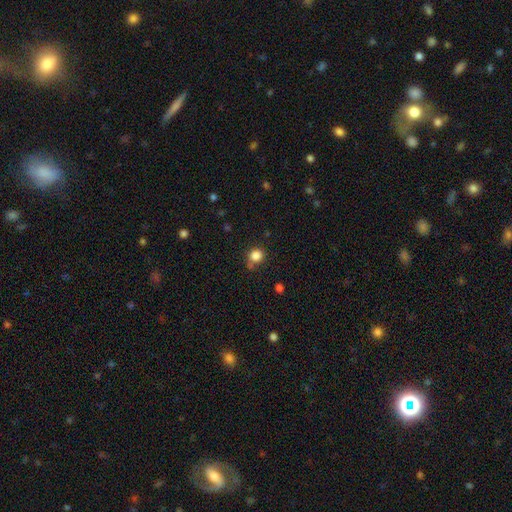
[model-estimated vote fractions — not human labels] A smooth galaxy with no disk features (84%) that is round (87%).

Vote fractions:
- Smooth or featured? smooth: 84% / star or artifact: 12% / featured or disk: 4%
- How rounded? round: 87% / in between: 12% / cigar-shaped: 1%
- Merging? none: 75% / minor disturbance: 12% / merger: 9% / major disturbance: 4%